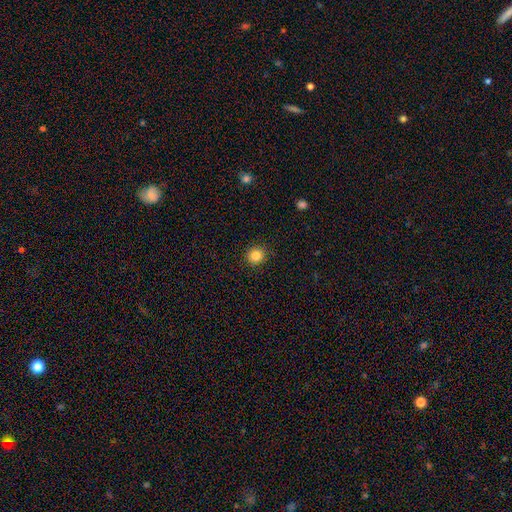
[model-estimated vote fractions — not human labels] smooth_or_featured: smooth (p=0.85) [alt: star or artifact p=0.11]
how_rounded: round (p=0.90) [alt: in between p=0.09]
merging: none (p=0.92) [alt: minor disturbance p=0.05]